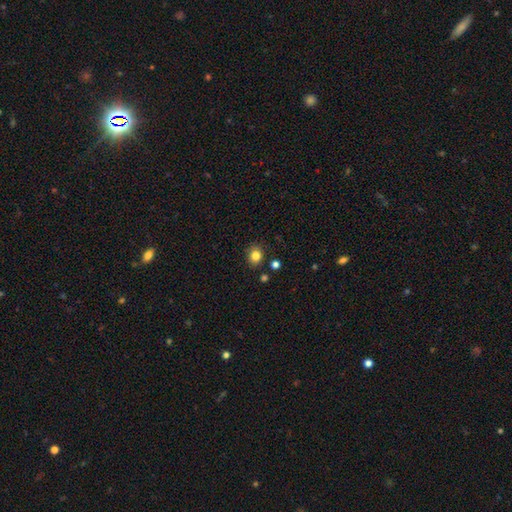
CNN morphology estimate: Q: Smooth or featured?
A: smooth (82%); runner-up: star or artifact (12%)
Q: How rounded?
A: round (68%); runner-up: in between (31%)
Q: Merging?
A: none (85%); runner-up: minor disturbance (9%)